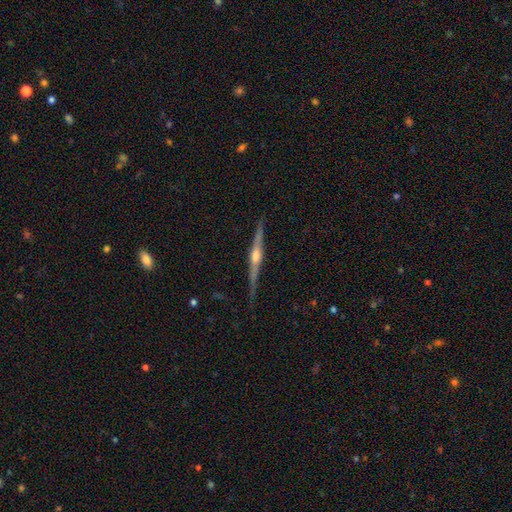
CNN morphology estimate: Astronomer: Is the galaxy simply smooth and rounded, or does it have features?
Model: featured or disk — 87%.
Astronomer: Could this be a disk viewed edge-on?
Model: yes — 99%.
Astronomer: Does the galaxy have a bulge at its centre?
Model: rounded — 91%.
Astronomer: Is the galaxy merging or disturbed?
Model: none — 90%.